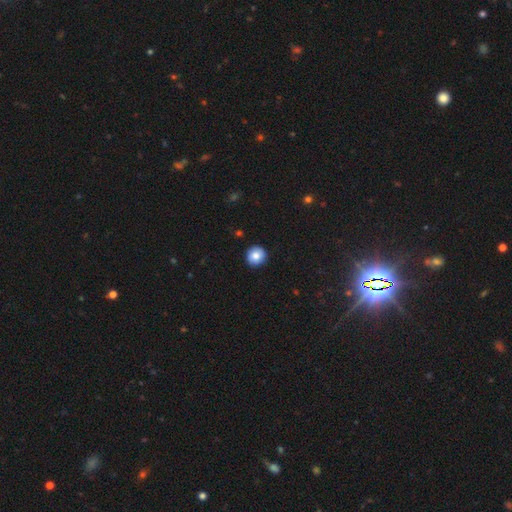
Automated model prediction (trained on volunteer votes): A smooth galaxy with no disk features (82%) that is round (93%).

Vote fractions:
- Smooth or featured? smooth: 82% / featured or disk: 9% / star or artifact: 9%
- How rounded? round: 93% / in between: 7% / cigar-shaped: 1%
- Merging? none: 90% / minor disturbance: 7% / major disturbance: 2% / merger: 1%